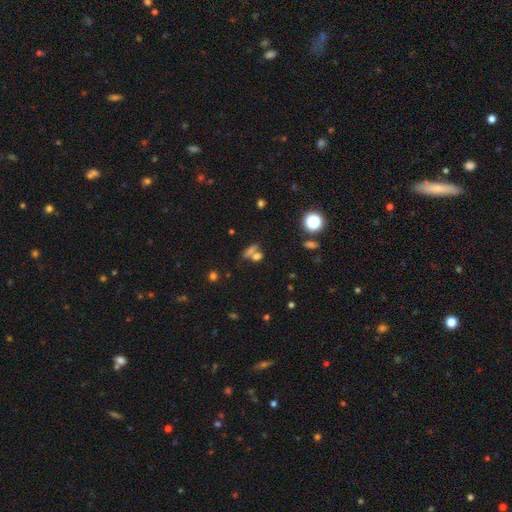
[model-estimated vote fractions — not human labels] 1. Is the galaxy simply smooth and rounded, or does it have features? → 63% smooth, 21% star or artifact, 16% featured or disk.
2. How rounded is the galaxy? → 45% in between, 32% round, 23% cigar-shaped.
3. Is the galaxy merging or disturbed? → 46% none, 38% merger, 10% minor disturbance, 6% major disturbance.